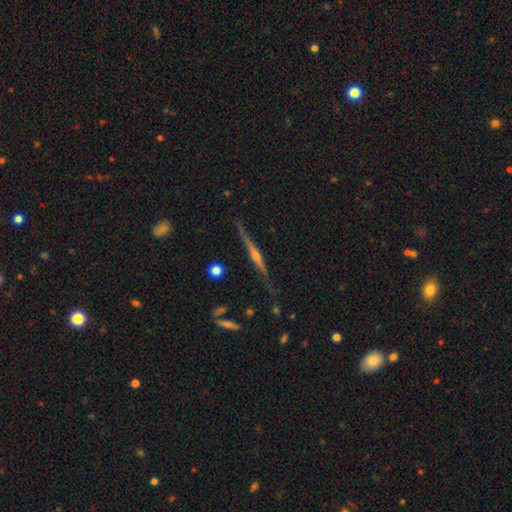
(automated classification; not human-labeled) Q: Smooth or featured?
A: featured or disk (80%); runner-up: smooth (12%)
Q: Edge-on disk?
A: yes (98%); runner-up: no (2%)
Q: Edge-on bulge?
A: rounded (81%); runner-up: none (13%)
Q: Merging?
A: none (81%); runner-up: minor disturbance (14%)